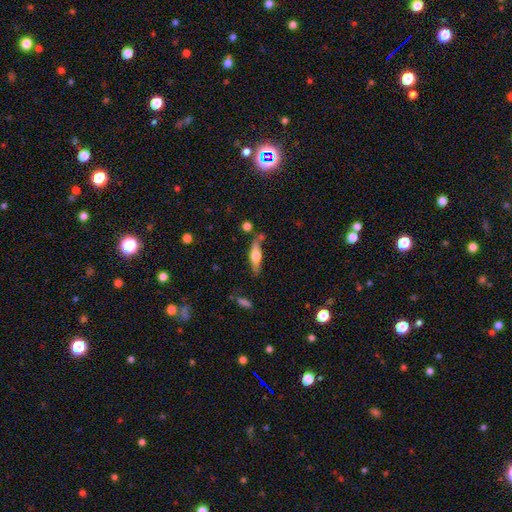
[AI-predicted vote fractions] Smooth or featured: smooth — 49% (featured or disk — 45%)
Merging: none — 63% (minor disturbance — 21%)